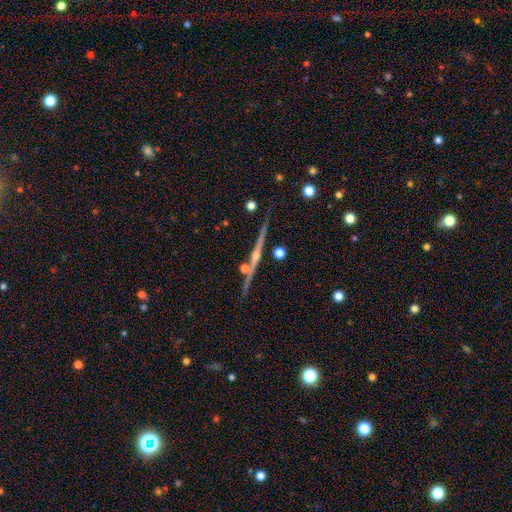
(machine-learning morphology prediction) smooth_or_featured: featured or disk (p=0.83) [alt: smooth p=0.09]
disk_edge_on: yes (p=0.98) [alt: no p=0.02]
edge_on_bulge: rounded (p=0.79) [alt: none p=0.15]
merging: none (p=0.86) [alt: minor disturbance p=0.07]